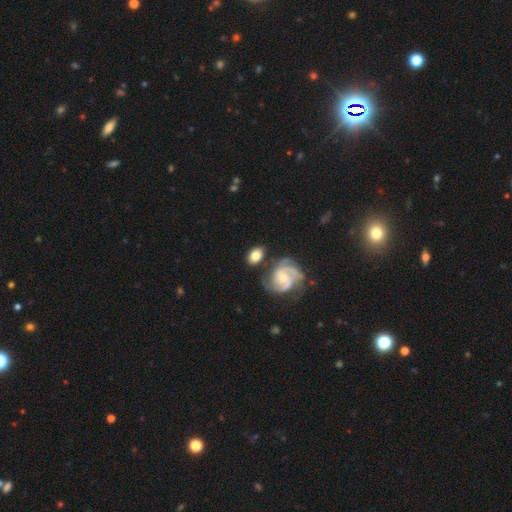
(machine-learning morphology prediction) A smooth galaxy with no disk features (58%) that is in between round and cigar-shaped (74%). Merging: none (68%).